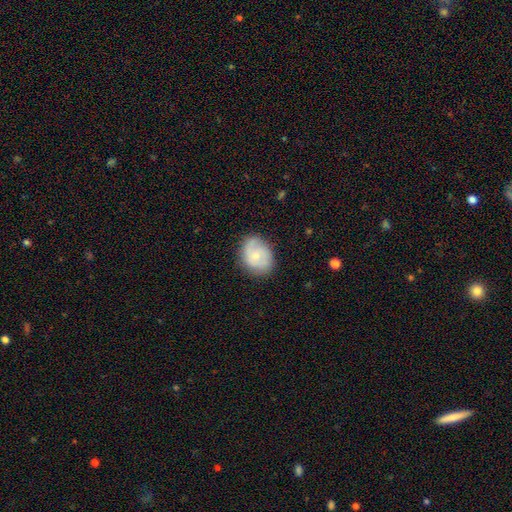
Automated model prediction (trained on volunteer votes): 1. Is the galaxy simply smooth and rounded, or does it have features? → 47% featured or disk, 46% smooth, 7% star or artifact.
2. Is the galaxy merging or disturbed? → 73% none, 19% minor disturbance, 6% major disturbance, 1% merger.